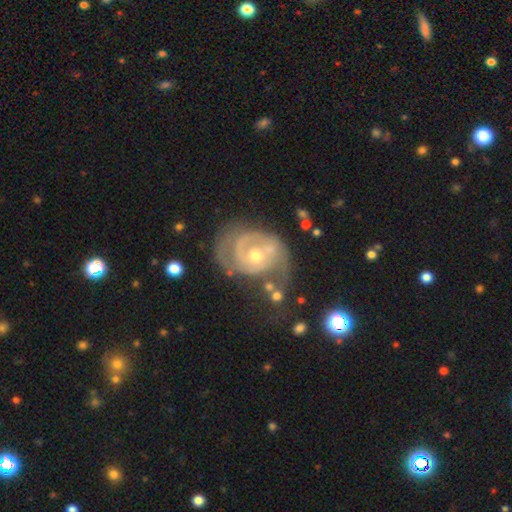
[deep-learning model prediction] smooth-or-featured: featured or disk: 84% | smooth: 10% | star or artifact: 6%
  disk-edge-on: no: 97% | yes: 3%
    bar: no: 65% | weak: 29% | strong: 6%
    has-spiral-arms: yes: 90% | no: 10%
      spiral-winding: tight: 53% | medium: 36% | loose: 11%
      spiral-arm-count: 2: 55% | can't tell: 18% | 1: 15% | 3: 7% | 4: 2% | more than 4: 2%
    bulge-size: moderate: 56% | small: 39% | large: 3% | none: 1% | dominant: 1%
  merging: none: 50% | minor disturbance: 23% | major disturbance: 21% | merger: 6%